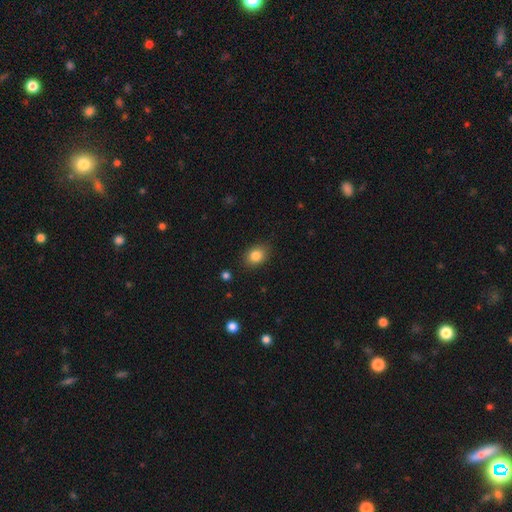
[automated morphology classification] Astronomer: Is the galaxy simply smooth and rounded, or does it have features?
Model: smooth — 84%.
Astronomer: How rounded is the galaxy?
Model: in between — 59% (runner-up: round, 40%).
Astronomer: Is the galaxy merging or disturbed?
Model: none — 84%.